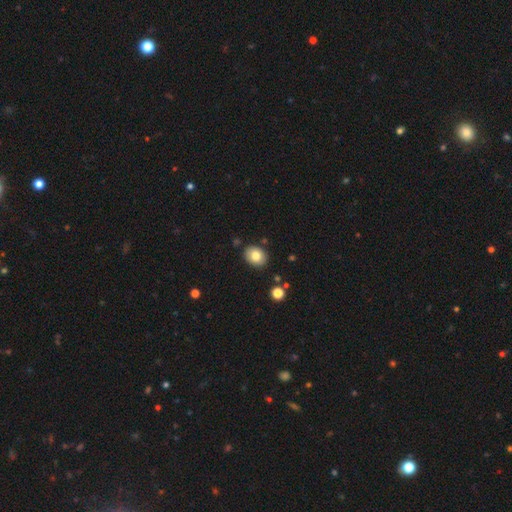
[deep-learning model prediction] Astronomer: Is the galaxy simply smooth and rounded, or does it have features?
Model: smooth — 81%.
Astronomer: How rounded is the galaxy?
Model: in between — 60% (runner-up: round, 39%).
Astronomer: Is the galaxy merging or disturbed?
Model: none — 87%.